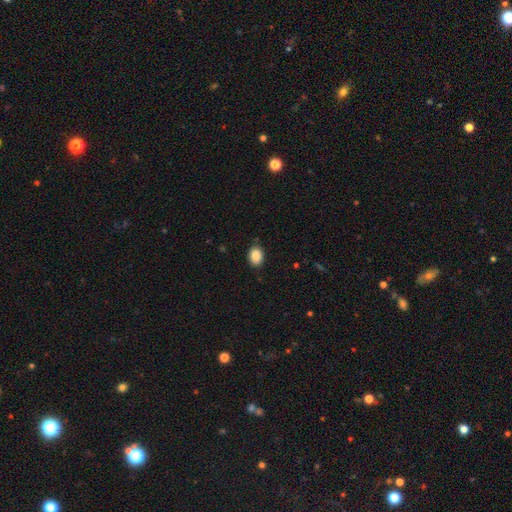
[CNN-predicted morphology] Q: Smooth or featured?
A: smooth (88%); runner-up: star or artifact (8%)
Q: How rounded?
A: in between (71%); runner-up: round (28%)
Q: Merging?
A: none (86%); runner-up: minor disturbance (10%)